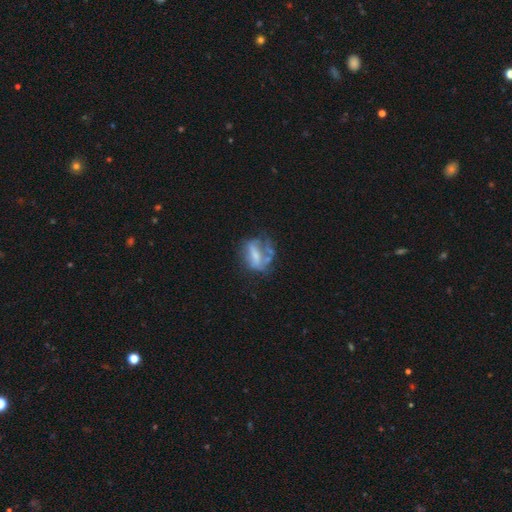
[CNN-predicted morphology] Smooth or featured? featured or disk (51%)
Edge-on disk? no (92%)
Merging? none (34%)